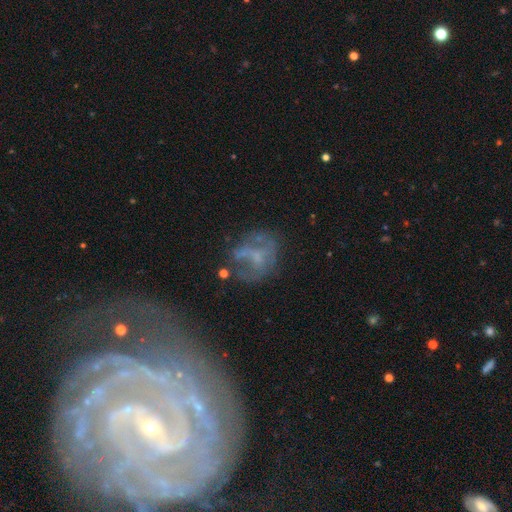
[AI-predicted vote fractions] A featured or disk galaxy (55%) with no bar (72%), no spiral arms (68%) and no central bulge (54%).

Vote fractions:
- Smooth or featured? featured or disk: 55% / smooth: 29% / star or artifact: 16%
- Edge-on disk? no: 97% / yes: 3%
- Bar? no: 72% / weak: 22% / strong: 6%
- Spiral arms? no: 68% / yes: 32%
- Bulge size? none: 54% / small: 27% / moderate: 16% / large: 2% / dominant: 1%
- Merging? none: 41% / major disturbance: 28% / minor disturbance: 21% / merger: 11%